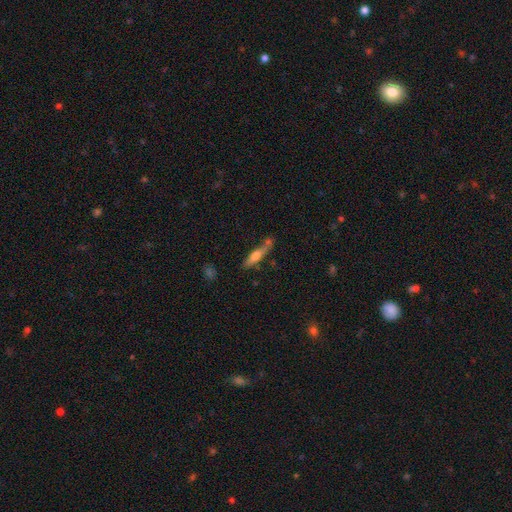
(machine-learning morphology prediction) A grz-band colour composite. It shows a smooth galaxy with no disk features (49%). Merging: none (59%).